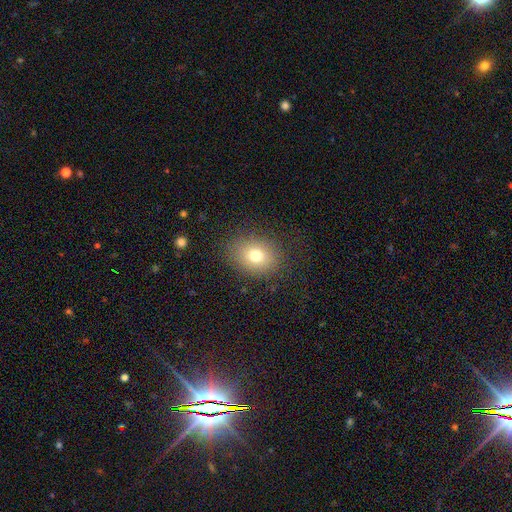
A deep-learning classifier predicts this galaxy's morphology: Smooth or featured: smooth — 75% (star or artifact — 12%)
How rounded: in between — 51% (round — 48%)
Merging: none — 84% (minor disturbance — 11%)